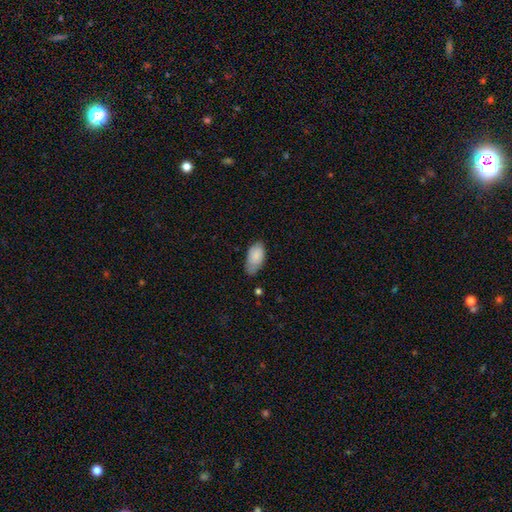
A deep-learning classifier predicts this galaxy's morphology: The model was most divided on "merging": none: 59%, minor disturbance: 33%, major disturbance: 6%, merger: 2%. More confident: how rounded — in between (94%); smooth or featured — smooth (83%).